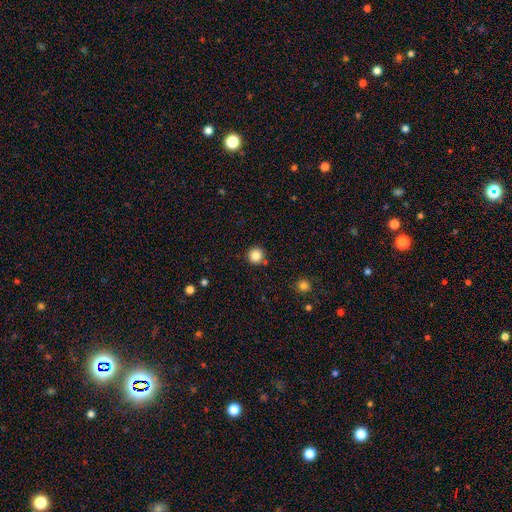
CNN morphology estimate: A smooth galaxy with no disk features (84%) that is round (95%).

Vote fractions:
- Smooth or featured? smooth: 84% / star or artifact: 11% / featured or disk: 5%
- How rounded? round: 95% / in between: 4% / cigar-shaped: 1%
- Merging? none: 87% / minor disturbance: 7% / merger: 4% / major disturbance: 2%